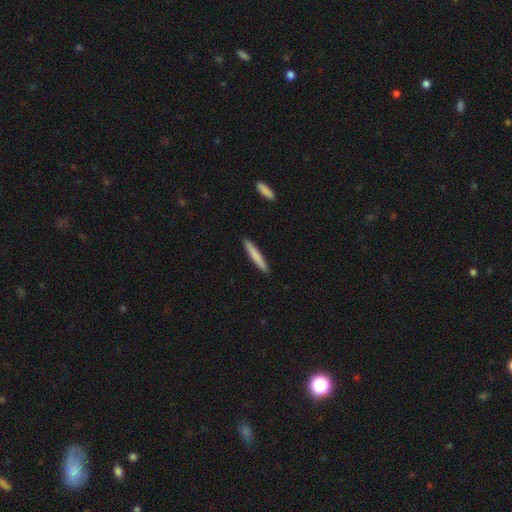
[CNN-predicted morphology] The model was most divided on "smooth or featured": smooth: 79%, featured or disk: 16%, star or artifact: 5%. More confident: how rounded — cigar-shaped (95%); merging — none (92%).